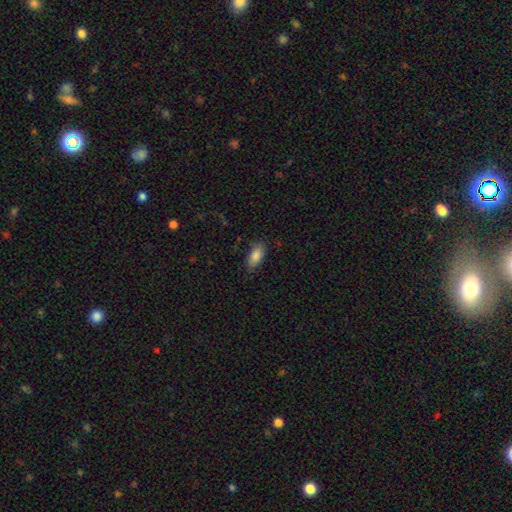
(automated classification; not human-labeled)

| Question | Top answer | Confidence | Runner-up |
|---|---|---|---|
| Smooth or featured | smooth | 86% | star or artifact (7%) |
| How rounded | in between | 89% | cigar-shaped (9%) |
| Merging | none | 79% | minor disturbance (16%) |